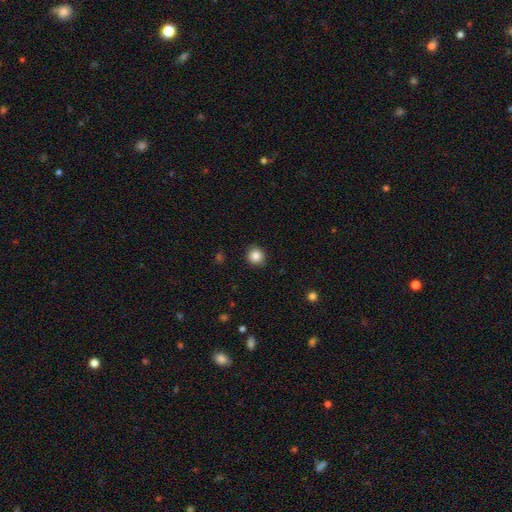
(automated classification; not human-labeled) A smooth galaxy with no disk features (85%) that is round (93%).

Vote fractions:
- Smooth or featured? smooth: 85% / star or artifact: 10% / featured or disk: 5%
- How rounded? round: 93% / in between: 6% / cigar-shaped: 1%
- Merging? none: 91% / minor disturbance: 6% / major disturbance: 2% / merger: 1%